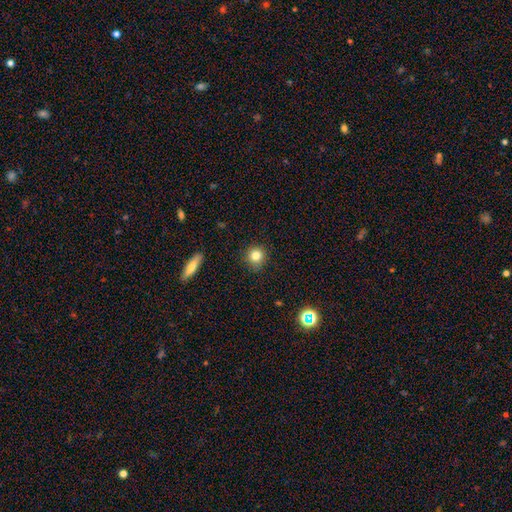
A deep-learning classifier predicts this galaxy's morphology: This appears to be a smooth galaxy with no disk features (82%) that is round (89%). Merging: none (87%).